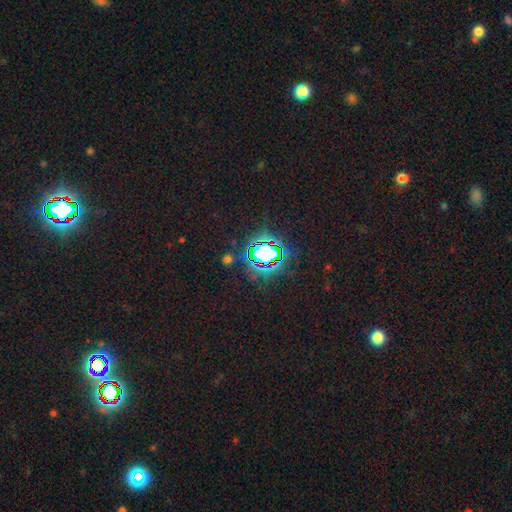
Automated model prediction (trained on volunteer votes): Smooth or featured? Predicted: star or artifact (p=0.83).